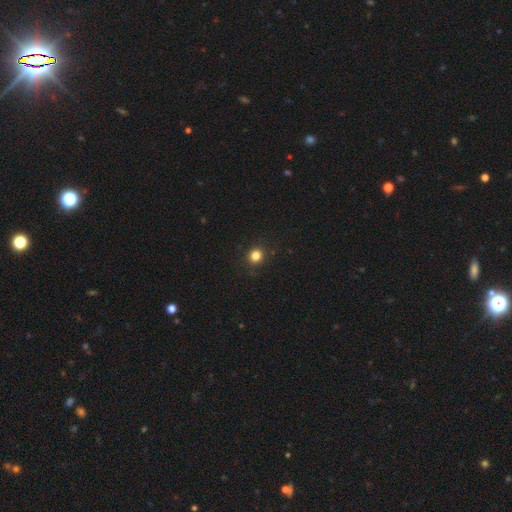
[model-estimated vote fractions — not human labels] smooth-or-featured: smooth: 83% | star or artifact: 13% | featured or disk: 4%
  how-rounded: round: 82% | in between: 17% | cigar-shaped: 1%
  merging: none: 90% | minor disturbance: 7% | major disturbance: 2% | merger: 1%